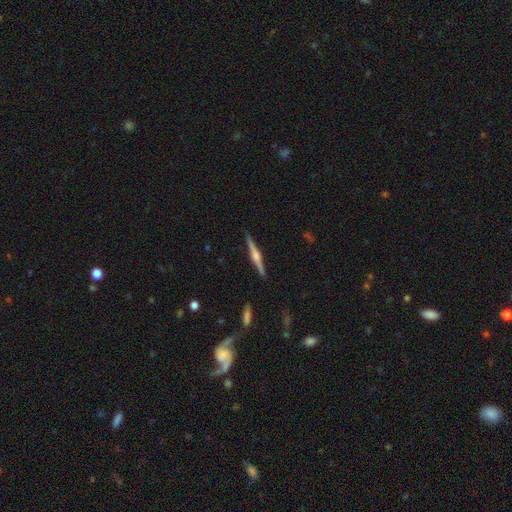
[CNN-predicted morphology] Smooth or featured: featured or disk — 76% (smooth — 18%)
Edge-on disk: yes — 98% (no — 2%)
Edge-on bulge: rounded — 83% (boxy — 12%)
Merging: none — 91% (minor disturbance — 7%)